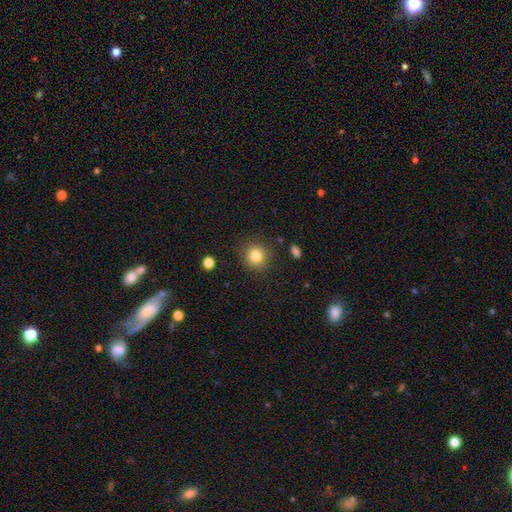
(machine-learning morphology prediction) smooth-or-featured: smooth: 82% | star or artifact: 11% | featured or disk: 7%
  how-rounded: round: 92% | in between: 7% | cigar-shaped: 1%
  merging: none: 87% | minor disturbance: 8% | major disturbance: 3% | merger: 2%